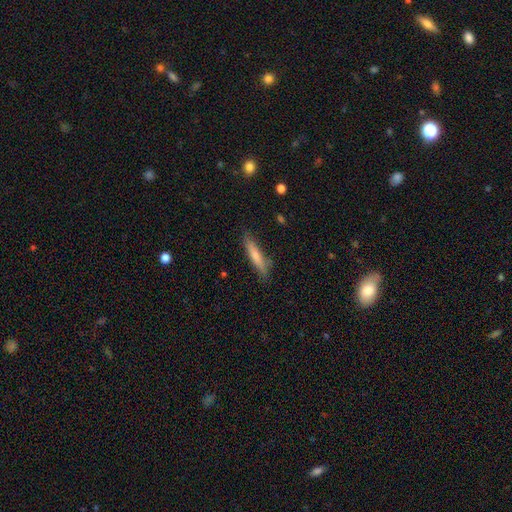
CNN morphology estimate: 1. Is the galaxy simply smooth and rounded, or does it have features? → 70% smooth, 24% featured or disk, 6% star or artifact.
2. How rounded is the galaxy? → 88% cigar-shaped, 10% in between, 1% round.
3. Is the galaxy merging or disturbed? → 81% none, 14% minor disturbance, 3% major disturbance, 2% merger.